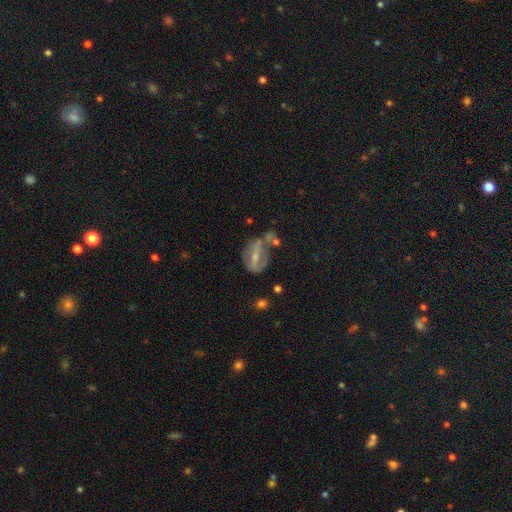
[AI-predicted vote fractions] This is possibly a featured or disk galaxy (60%). It is clearly not viewed edge-on (90%). Bar: marginally strong (41%). Spiral arm pattern: possibly no (56%). Central bulge: possibly small (54%). Merging: marginally none (36%).